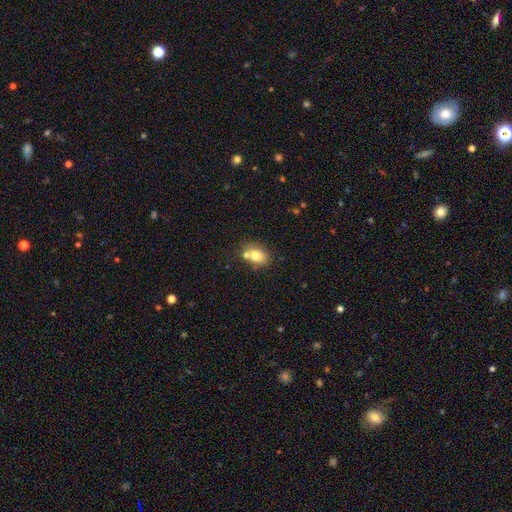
Smooth or featured: smooth — 64% (featured or disk — 28%)
How rounded: in between — 76% (round — 20%)
Merging: merger — 42% (none — 39%)